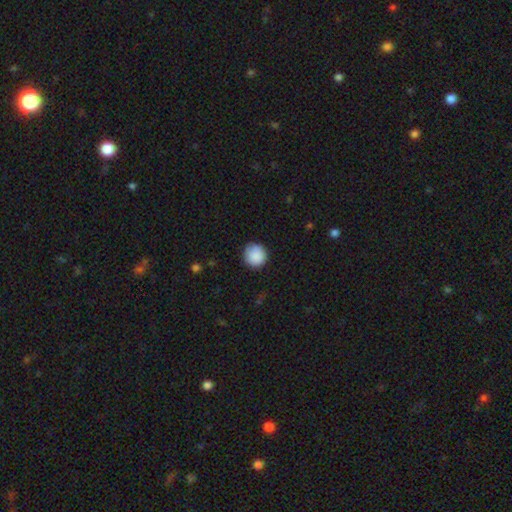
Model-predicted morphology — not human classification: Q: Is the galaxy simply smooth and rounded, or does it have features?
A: smooth — 89%.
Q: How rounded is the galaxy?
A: round — 94%.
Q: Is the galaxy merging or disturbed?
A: none — 85%.